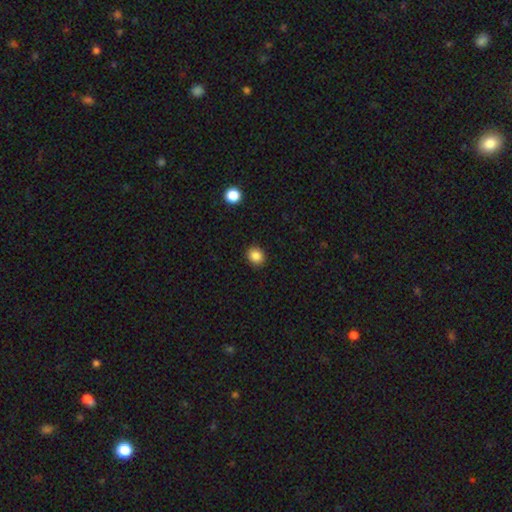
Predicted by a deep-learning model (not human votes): A smooth galaxy with no disk features (86%) that is round (74%). Merging: none (90%).